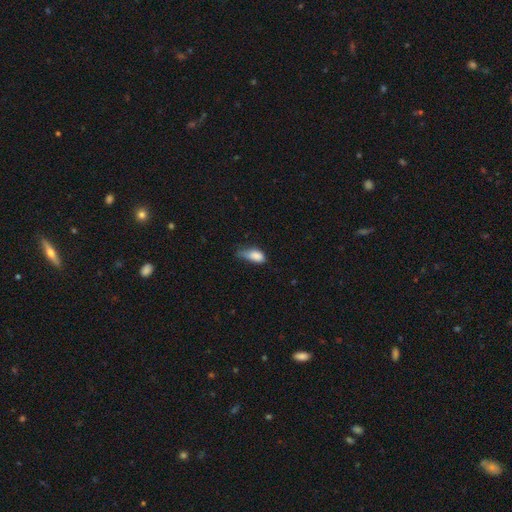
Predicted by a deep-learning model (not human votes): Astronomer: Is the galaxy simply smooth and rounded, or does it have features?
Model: smooth — 83%.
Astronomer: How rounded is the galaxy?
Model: in between — 88%.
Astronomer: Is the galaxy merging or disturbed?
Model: minor disturbance — 48% (runner-up: none, 26%).